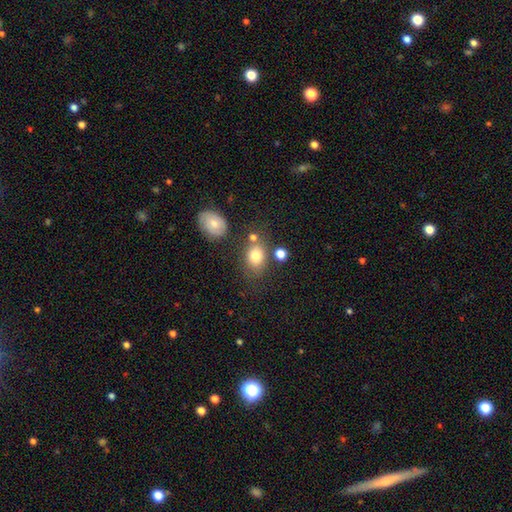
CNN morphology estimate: This is likely a smooth galaxy (78%). How rounded: likely in between (64%). Merging: likely none (65%).